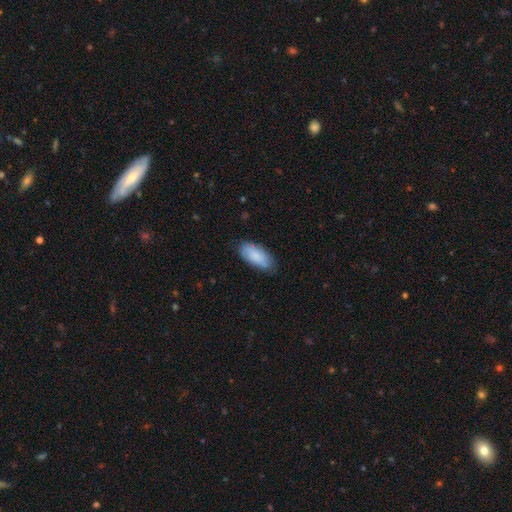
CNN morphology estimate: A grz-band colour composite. It shows a smooth galaxy with no disk features (81%) that is in between round and cigar-shaped (89%). Merging: none (74%).